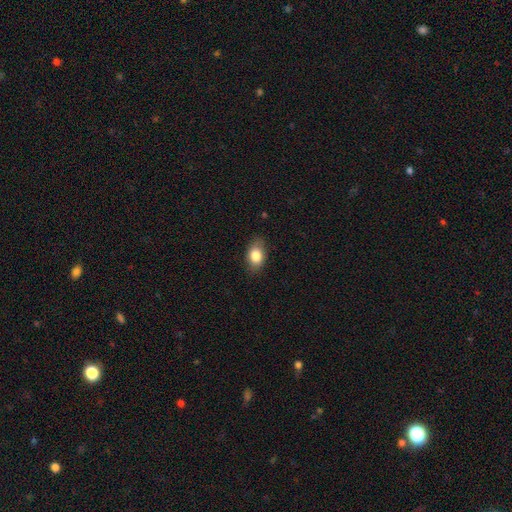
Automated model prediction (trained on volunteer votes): Smooth or featured? smooth (83%)
How rounded? in between (83%)
Merging? none (82%)